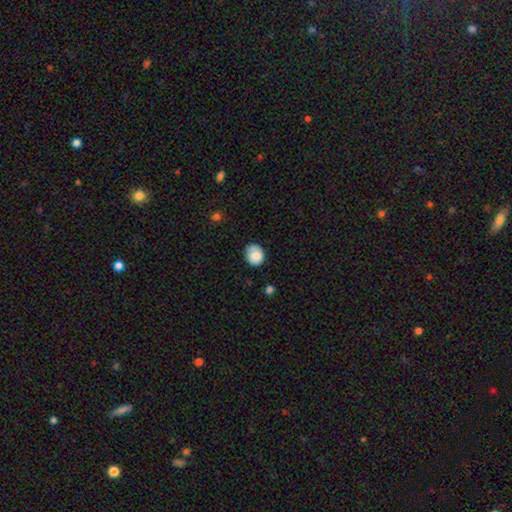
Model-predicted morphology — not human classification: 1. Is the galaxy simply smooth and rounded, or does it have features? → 80% smooth, 12% featured or disk, 8% star or artifact.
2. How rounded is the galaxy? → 68% round, 31% in between, 1% cigar-shaped.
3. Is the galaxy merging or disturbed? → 68% none, 25% minor disturbance, 5% major disturbance, 2% merger.